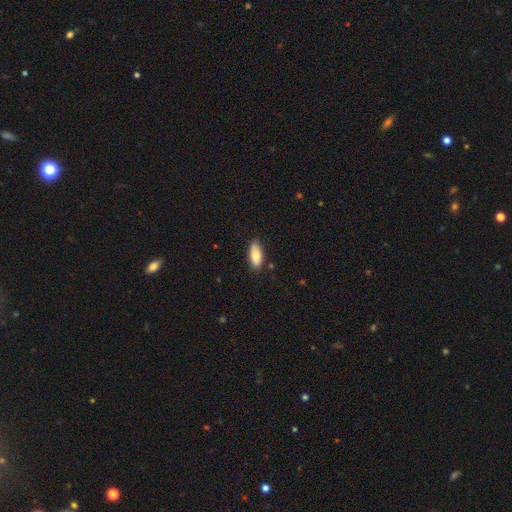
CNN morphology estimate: The model was most divided on "smooth or featured": smooth: 78%, featured or disk: 16%, star or artifact: 6%. More confident: how rounded — in between (84%); merging — none (79%).